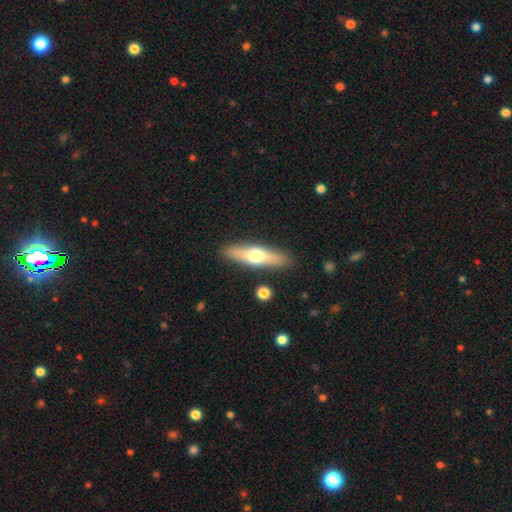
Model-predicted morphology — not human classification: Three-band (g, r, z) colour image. It shows a smooth galaxy with no disk features (50%). Merging: none (88%).